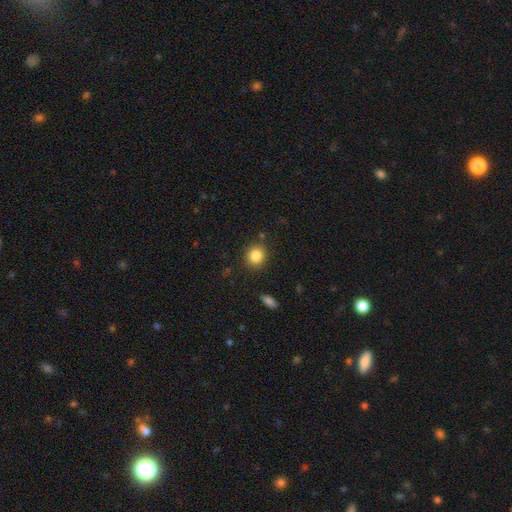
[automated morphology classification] Overall: smooth (83%). How rounded: round (81%). Merging: none (88%).